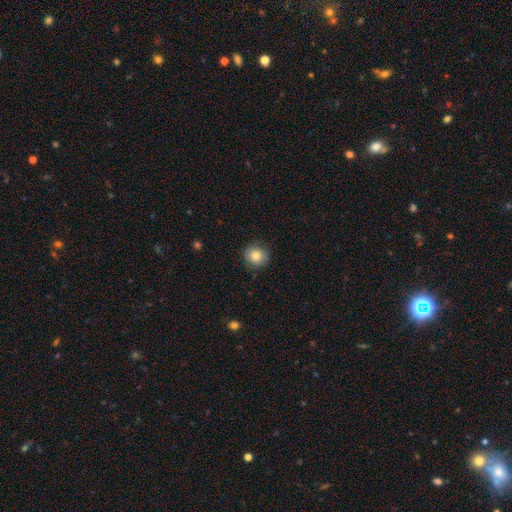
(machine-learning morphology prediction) type=smooth (82%); roundness=round (89%); merging=none (86%).